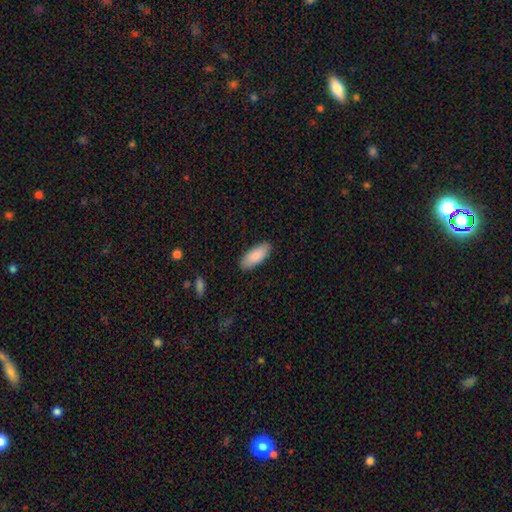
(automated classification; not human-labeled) This is clearly a smooth galaxy (89%). How rounded: clearly in between (85%). Merging: clearly none (88%).